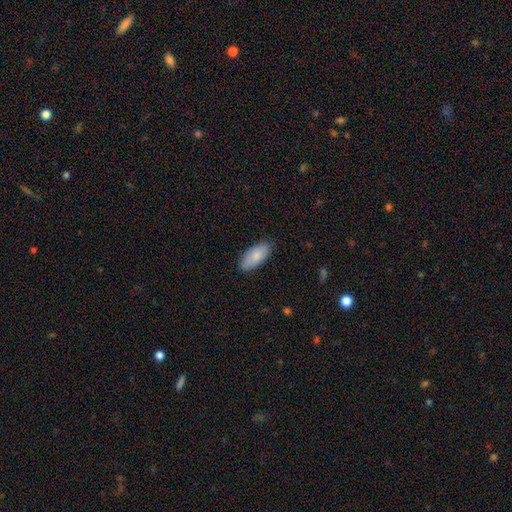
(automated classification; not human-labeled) Overall: smooth (82%). How rounded: in between (89%). Merging: none (84%).